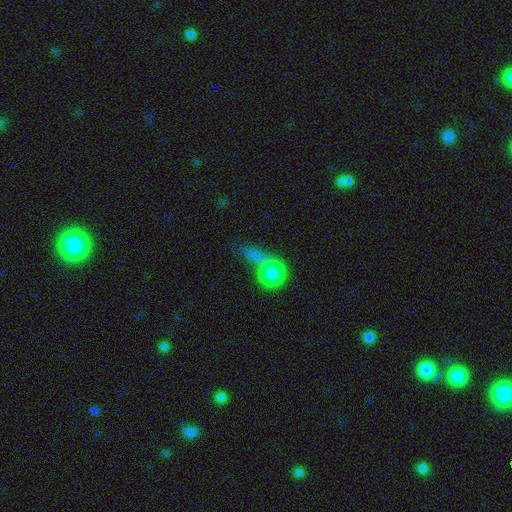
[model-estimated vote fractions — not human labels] Morphology: type=smooth (78%); roundness=round (73%); merging=merger (33%).